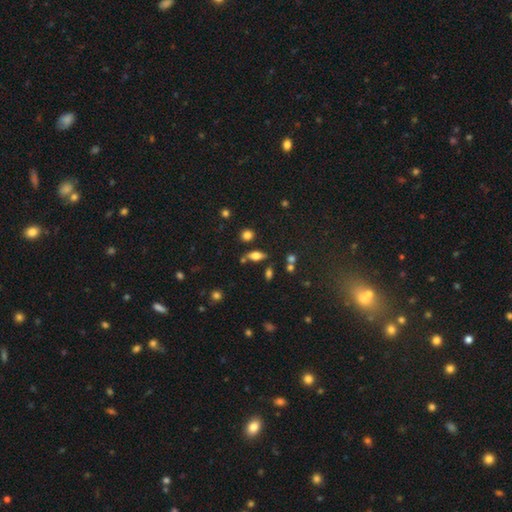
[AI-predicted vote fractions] smooth-or-featured: smooth: 61% | featured or disk: 27% | star or artifact: 12%
  how-rounded: in between: 78% | cigar-shaped: 15% | round: 7%
  merging: none: 73% | minor disturbance: 13% | merger: 9% | major disturbance: 4%